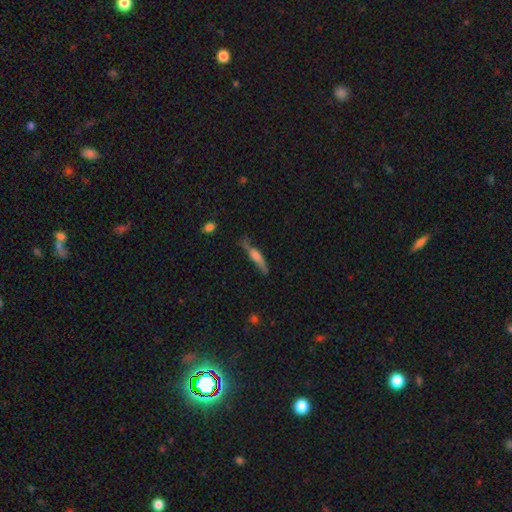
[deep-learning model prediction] Smooth or featured? smooth (47%)
Merging? none (59%)